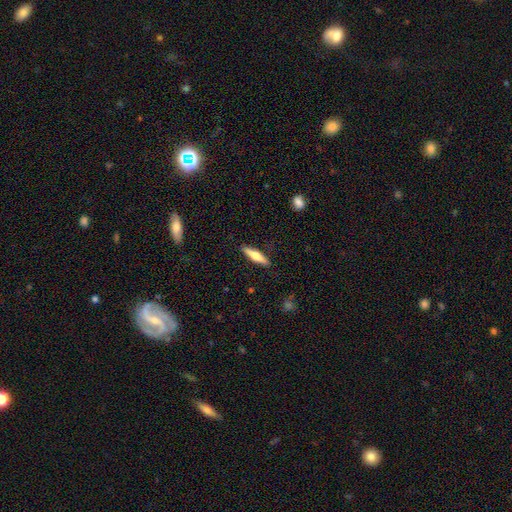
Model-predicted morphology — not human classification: Smooth or featured? smooth (49%)
Merging? none (89%)